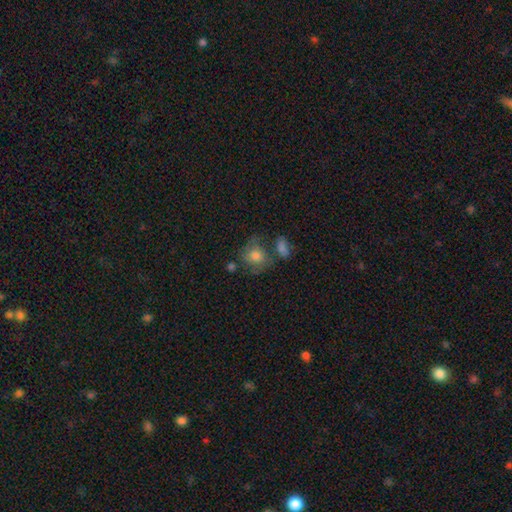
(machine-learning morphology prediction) smooth-or-featured: smooth: 69% | featured or disk: 21% | star or artifact: 10%
  how-rounded: round: 67% | in between: 32% | cigar-shaped: 1%
  merging: none: 48% | minor disturbance: 21% | merger: 19% | major disturbance: 13%